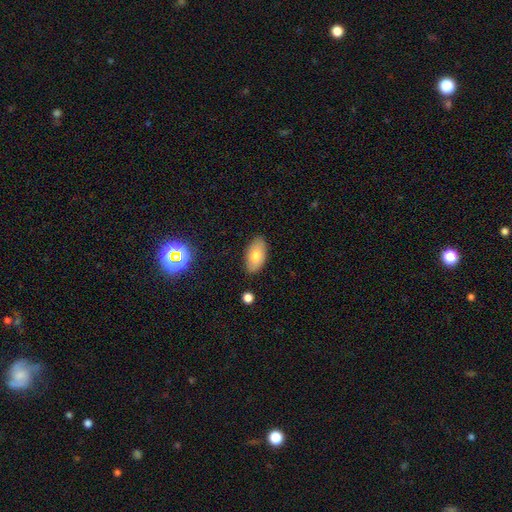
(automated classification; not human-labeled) Overall: smooth (76%). How rounded: in between (94%). Merging: none (85%).